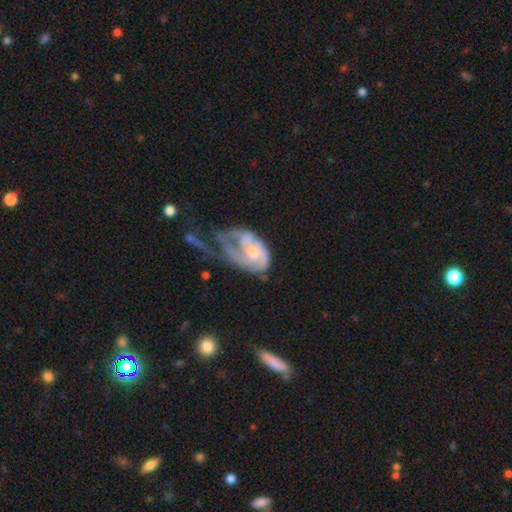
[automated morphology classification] featured or disk 66%, smooth 28%, star or artifact 6%. Down the decision tree: edge-on disk — no (97%); bar — no (75%); spiral arms — yes (65%); bulge size — moderate (54%); merging — major disturbance (56%).